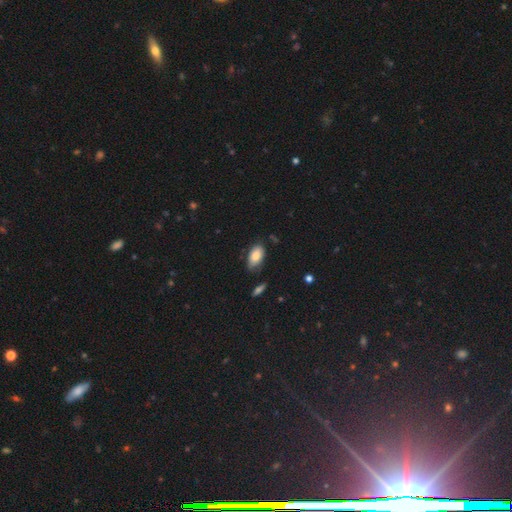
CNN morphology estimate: A smooth galaxy with no disk features (84%) that is in between round and cigar-shaped (93%).

Vote fractions:
- Smooth or featured? smooth: 84% / featured or disk: 9% / star or artifact: 7%
- How rounded? in between: 93% / round: 4% / cigar-shaped: 3%
- Merging? none: 69% / minor disturbance: 24% / major disturbance: 5% / merger: 3%